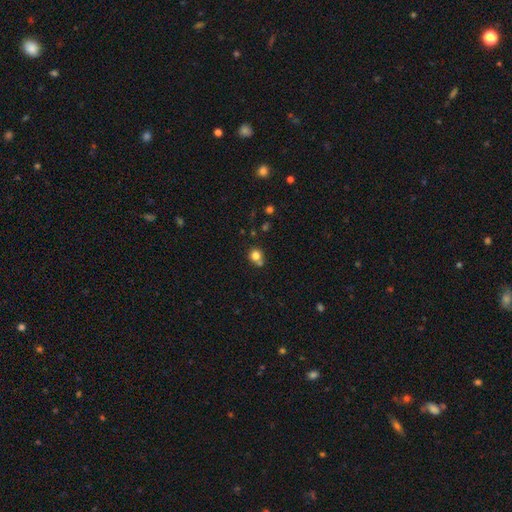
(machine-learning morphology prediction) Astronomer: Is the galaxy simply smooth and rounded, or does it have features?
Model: smooth — 79%.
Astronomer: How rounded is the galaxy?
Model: round — 82%.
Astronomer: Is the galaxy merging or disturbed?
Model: none — 58%.